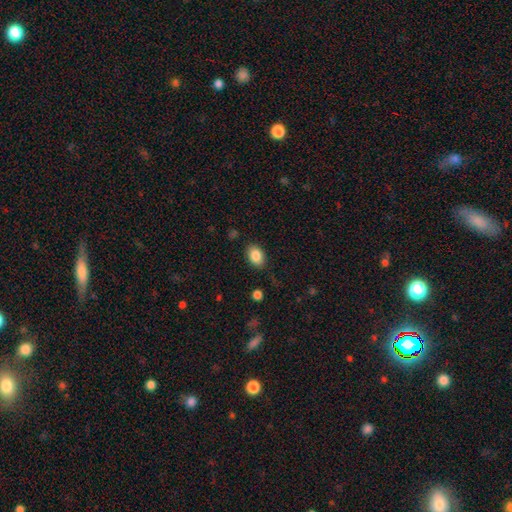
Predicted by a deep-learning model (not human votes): smooth-or-featured: smooth: 86% | star or artifact: 8% | featured or disk: 6%
  how-rounded: in between: 81% | round: 18% | cigar-shaped: 1%
  merging: none: 85% | minor disturbance: 11% | major disturbance: 3% | merger: 1%